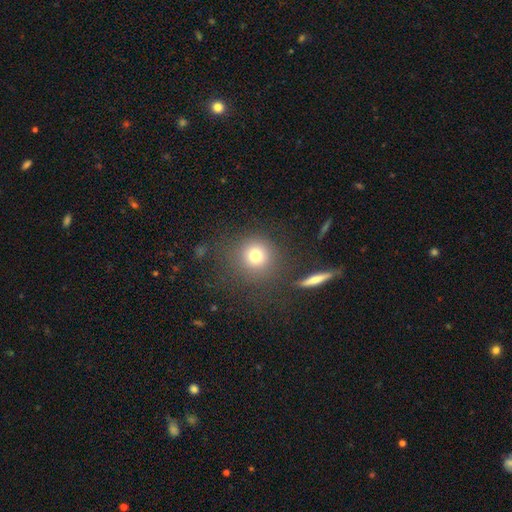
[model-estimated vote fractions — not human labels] A smooth galaxy with no disk features (75%) that is round (92%). Merging: none (79%).